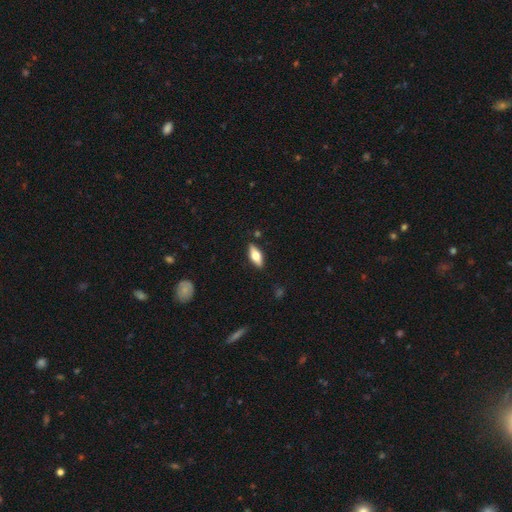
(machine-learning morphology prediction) This appears to be a smooth galaxy with no disk features (58%) that is in between round and cigar-shaped (73%). Merging: none (87%).